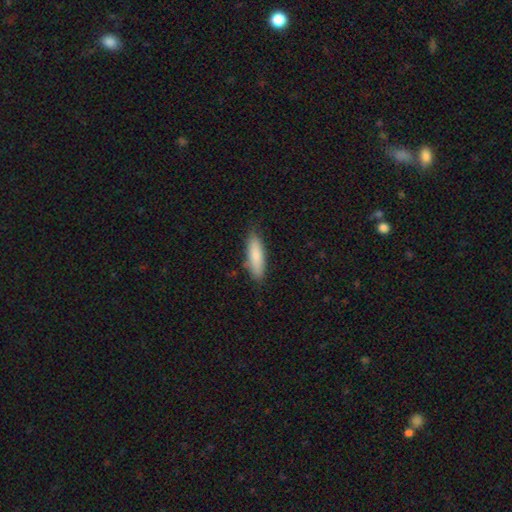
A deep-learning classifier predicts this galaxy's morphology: Smooth or featured? smooth (84%)
How rounded? cigar-shaped (57%)
Merging? none (82%)